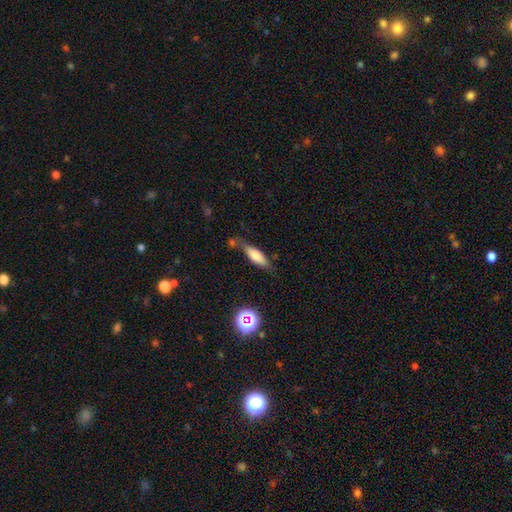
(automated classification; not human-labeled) Smooth or featured? Predicted: smooth (p=0.67). How rounded? Predicted: cigar-shaped (p=0.50). Merging? Predicted: none (p=0.58).